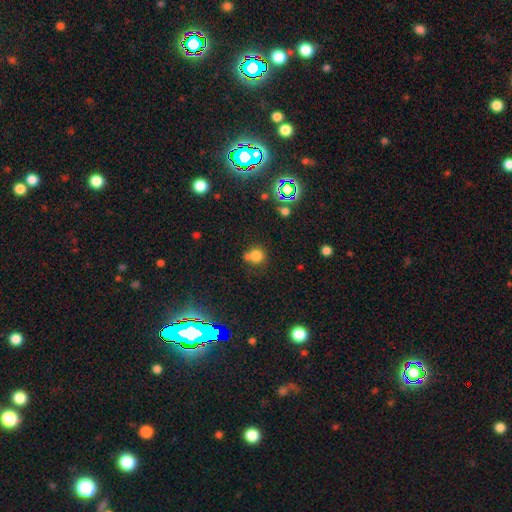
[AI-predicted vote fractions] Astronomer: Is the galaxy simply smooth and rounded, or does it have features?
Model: smooth — 75%.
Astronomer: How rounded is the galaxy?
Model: round — 87%.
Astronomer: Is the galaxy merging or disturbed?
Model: none — 55%.